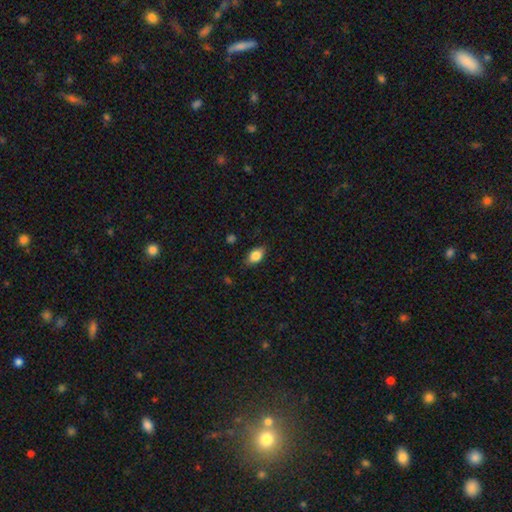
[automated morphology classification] This appears to be a smooth galaxy with no disk features (83%) that is in between round and cigar-shaped (86%). Merging: none (81%).